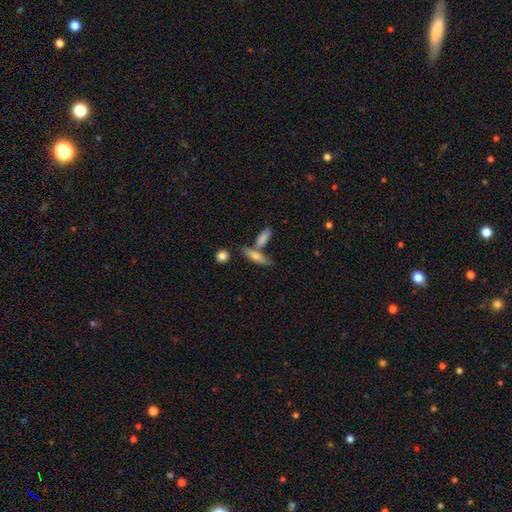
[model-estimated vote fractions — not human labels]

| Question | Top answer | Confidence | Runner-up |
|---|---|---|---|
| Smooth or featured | smooth | 69% | featured or disk (24%) |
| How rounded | cigar-shaped | 54% | in between (42%) |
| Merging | none | 54% | merger (29%) |